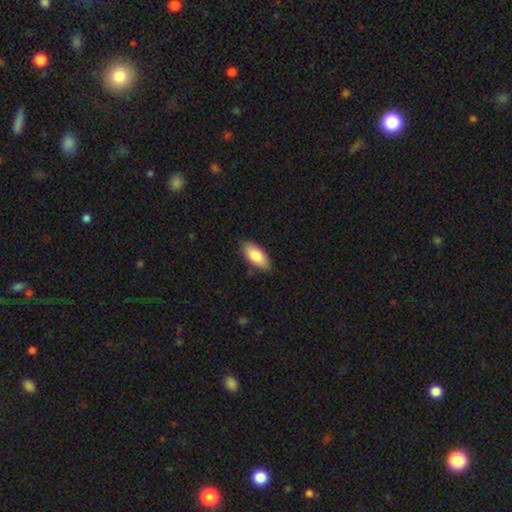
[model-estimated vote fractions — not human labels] Smooth or featured?
  - smooth: 84% *
  - featured or disk: 10%
  - star or artifact: 6%
How rounded?
  - in between: 89% *
  - cigar-shaped: 9%
  - round: 2%
Merging?
  - none: 84% *
  - minor disturbance: 13%
  - major disturbance: 2%
  - merger: 1%